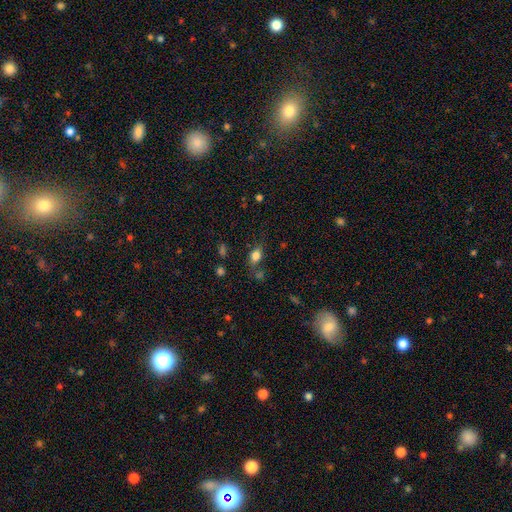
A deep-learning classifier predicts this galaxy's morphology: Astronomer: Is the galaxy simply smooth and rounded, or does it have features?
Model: smooth — 80%.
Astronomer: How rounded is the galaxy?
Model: in between — 76%.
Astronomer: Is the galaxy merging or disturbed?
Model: none — 66%.